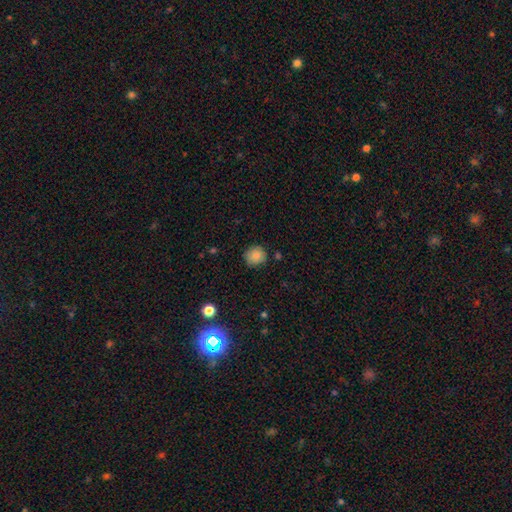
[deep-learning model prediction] The model was most divided on "merging": none: 81%, minor disturbance: 14%, major disturbance: 3%, merger: 2%. More confident: how rounded — round (88%); smooth or featured — smooth (85%).